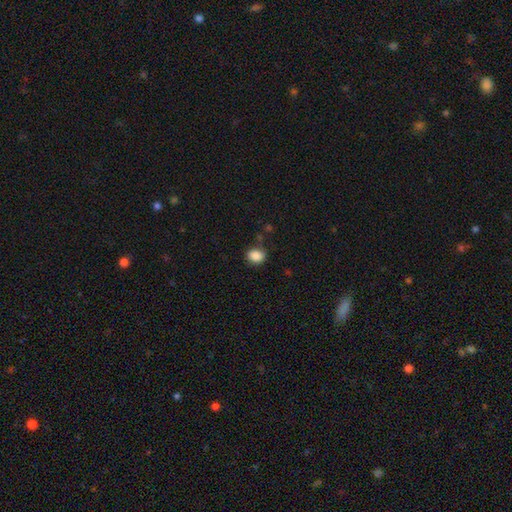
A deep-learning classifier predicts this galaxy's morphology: The model was most divided on "how rounded": in between: 51%, round: 48%, cigar-shaped: 1%. More confident: smooth or featured — smooth (86%); merging — none (78%).